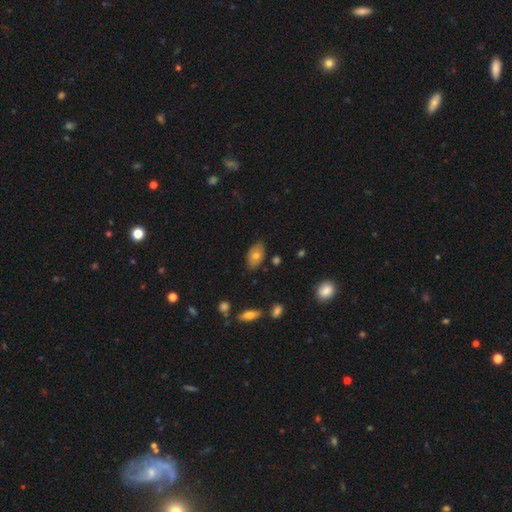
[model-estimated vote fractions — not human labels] smooth-or-featured: smooth: 72% | featured or disk: 19% | star or artifact: 9%
  how-rounded: in between: 91% | round: 7% | cigar-shaped: 2%
  merging: none: 81% | minor disturbance: 14% | major disturbance: 3% | merger: 2%